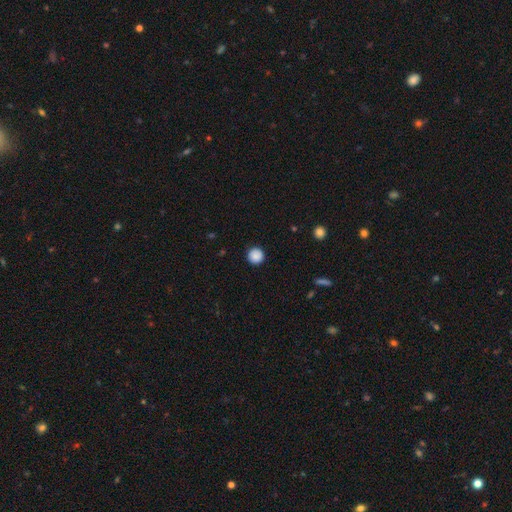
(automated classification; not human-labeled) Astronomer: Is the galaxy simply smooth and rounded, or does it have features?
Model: smooth — 88%.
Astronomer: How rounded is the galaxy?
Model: round — 96%.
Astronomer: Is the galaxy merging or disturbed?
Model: none — 92%.